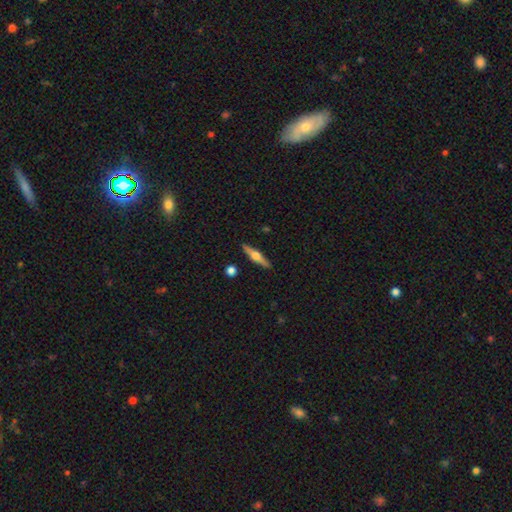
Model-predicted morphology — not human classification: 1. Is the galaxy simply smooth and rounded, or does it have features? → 65% featured or disk, 29% smooth, 6% star or artifact.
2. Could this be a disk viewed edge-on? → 96% yes, 4% no.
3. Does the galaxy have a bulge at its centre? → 95% rounded, 3% boxy, 2% none.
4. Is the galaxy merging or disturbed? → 90% none, 6% minor disturbance, 2% merger, 1% major disturbance.